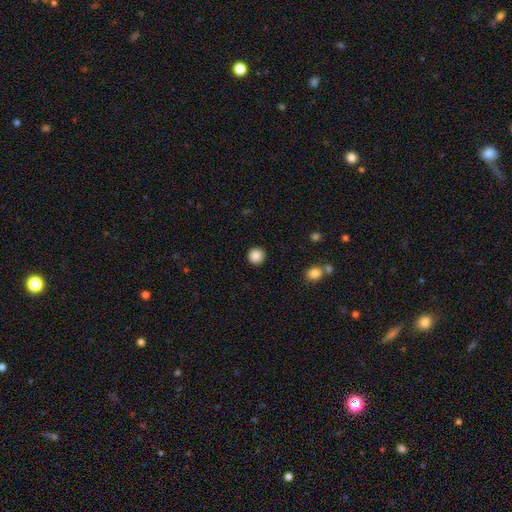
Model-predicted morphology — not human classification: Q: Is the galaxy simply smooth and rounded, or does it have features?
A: smooth — 88%.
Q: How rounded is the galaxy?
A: round — 95%.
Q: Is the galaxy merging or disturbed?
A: none — 93%.